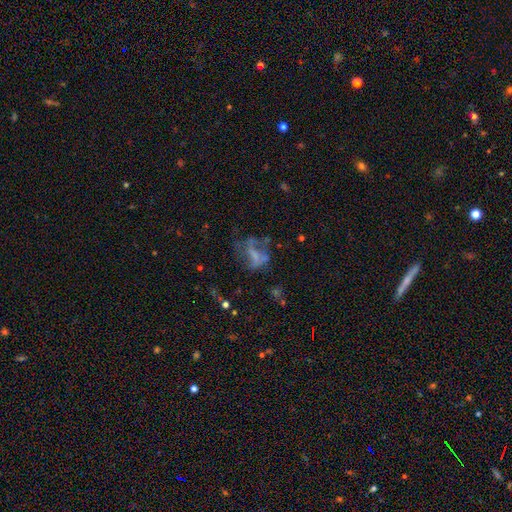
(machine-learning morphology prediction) The model was most divided on "merging": major disturbance: 40%, none: 34%, minor disturbance: 18%, merger: 8%. Remaining: smooth or featured — featured or disk (47%).